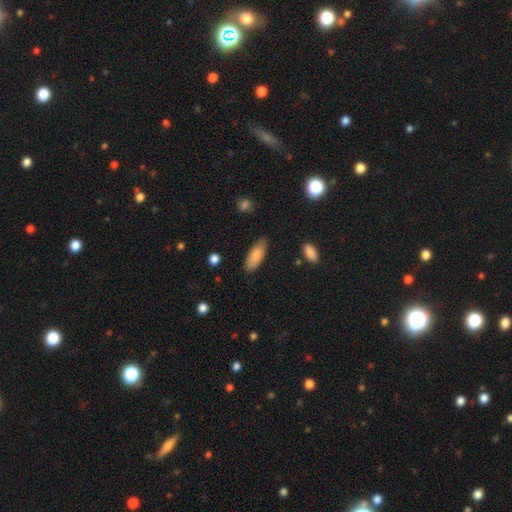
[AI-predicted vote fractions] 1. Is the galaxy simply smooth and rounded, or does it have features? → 84% smooth, 10% featured or disk, 6% star or artifact.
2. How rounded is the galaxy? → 75% in between, 24% cigar-shaped, 2% round.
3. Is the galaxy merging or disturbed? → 78% none, 17% minor disturbance, 3% major disturbance, 2% merger.